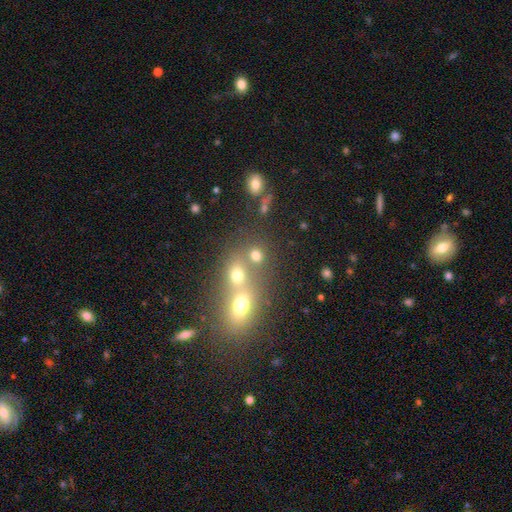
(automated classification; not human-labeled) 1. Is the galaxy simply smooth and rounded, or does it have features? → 63% smooth, 22% star or artifact, 15% featured or disk.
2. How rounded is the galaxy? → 65% round, 33% in between, 2% cigar-shaped.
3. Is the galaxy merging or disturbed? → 48% merger, 41% none, 7% minor disturbance, 4% major disturbance.